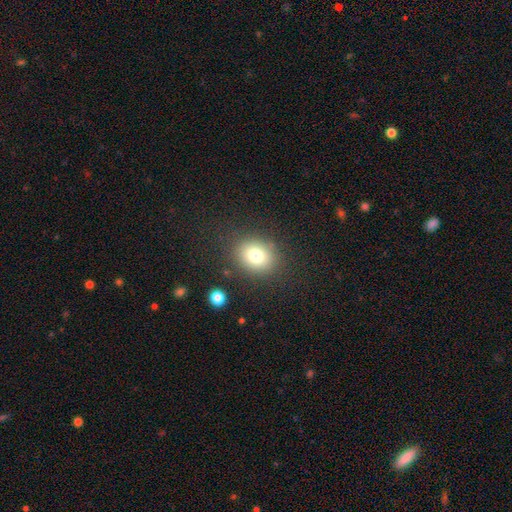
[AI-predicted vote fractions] A smooth galaxy with no disk features (76%) that is round (59%). Merging: none (85%).